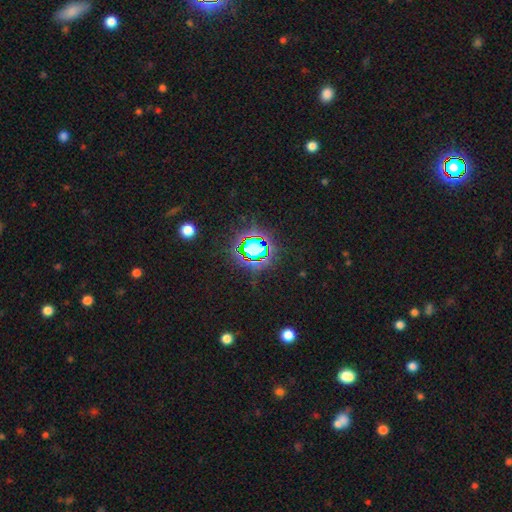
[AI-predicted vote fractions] This appears to be a star or artifact, not a galaxy (81%).